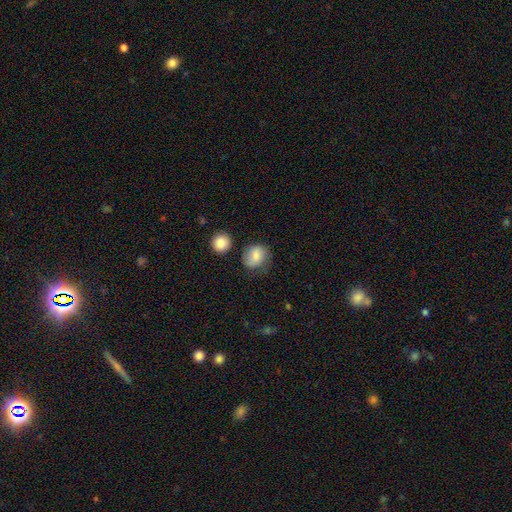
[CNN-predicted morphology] A smooth galaxy with no disk features (79%) that is round (64%).

Vote fractions:
- Smooth or featured? smooth: 79% / featured or disk: 13% / star or artifact: 8%
- How rounded? round: 64% / in between: 35% / cigar-shaped: 1%
- Merging? none: 61% / minor disturbance: 26% / major disturbance: 8% / merger: 5%